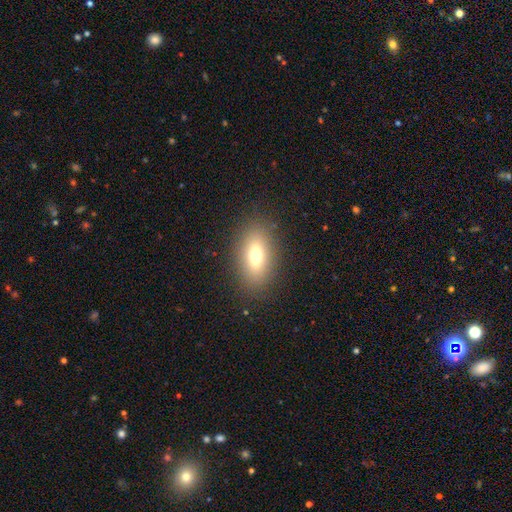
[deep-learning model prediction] smooth-or-featured: smooth: 69% | featured or disk: 20% | star or artifact: 11%
  how-rounded: in between: 80% | cigar-shaped: 13% | round: 7%
  merging: none: 86% | minor disturbance: 9% | major disturbance: 4% | merger: 1%